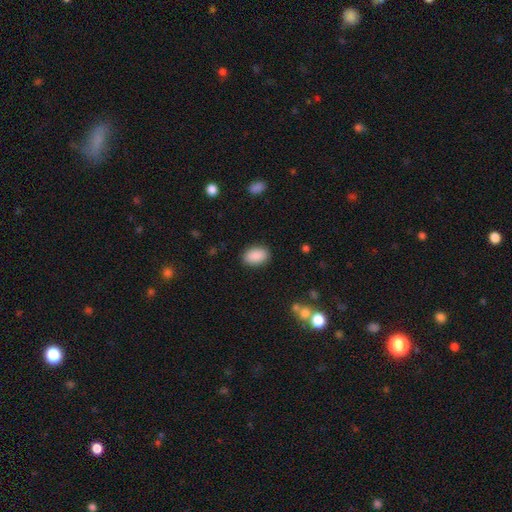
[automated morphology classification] smooth-or-featured: smooth: 90% | star or artifact: 7% | featured or disk: 3%
  how-rounded: in between: 88% | round: 10% | cigar-shaped: 1%
  merging: none: 88% | minor disturbance: 8% | major disturbance: 2% | merger: 1%